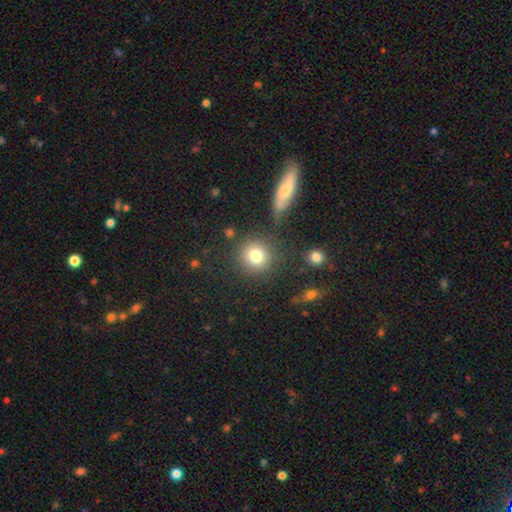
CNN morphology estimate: A smooth galaxy with no disk features (81%) that is round (90%).

Vote fractions:
- Smooth or featured? smooth: 81% / star or artifact: 11% / featured or disk: 9%
- How rounded? round: 90% / in between: 9% / cigar-shaped: 1%
- Merging? none: 81% / minor disturbance: 10% / merger: 6% / major disturbance: 4%